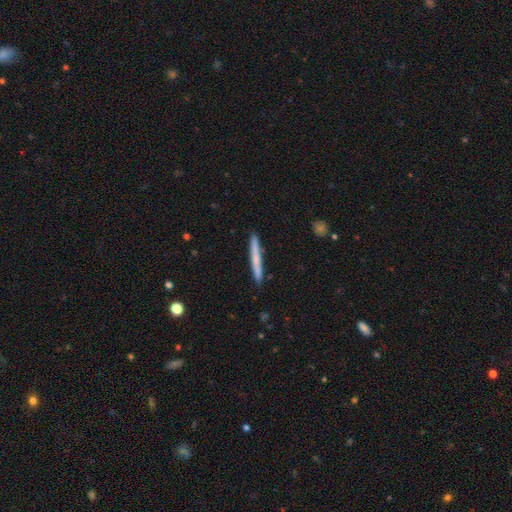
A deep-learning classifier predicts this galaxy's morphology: Smooth or featured?
  - smooth: 65% *
  - featured or disk: 30%
  - star or artifact: 5%
How rounded?
  - cigar-shaped: 97% *
  - in between: 2%
  - round: 1%
Merging?
  - none: 91% *
  - minor disturbance: 6%
  - major disturbance: 1%
  - merger: 1%